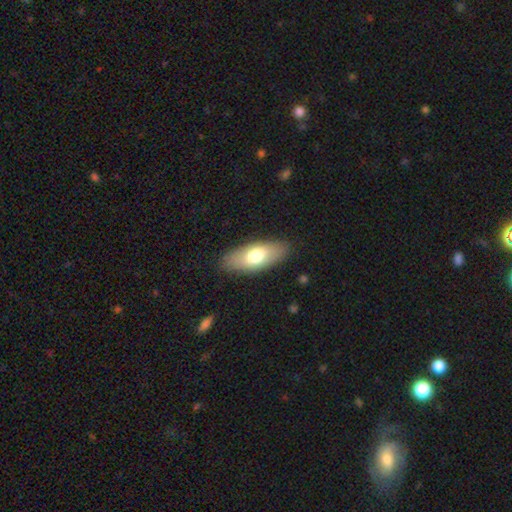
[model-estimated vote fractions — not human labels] smooth_or_featured: smooth (p=0.72) [alt: featured or disk p=0.22]
how_rounded: in between (p=0.81) [alt: cigar-shaped p=0.16]
merging: none (p=0.85) [alt: minor disturbance p=0.11]